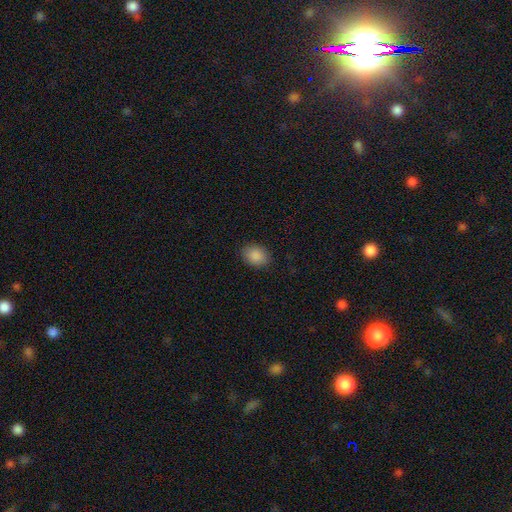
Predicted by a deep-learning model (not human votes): Smooth or featured? Predicted: smooth (p=0.89). How rounded? Predicted: in between (p=0.65). Merging? Predicted: none (p=0.87).